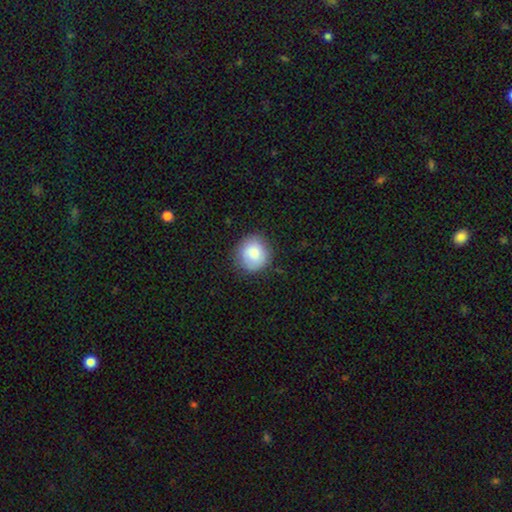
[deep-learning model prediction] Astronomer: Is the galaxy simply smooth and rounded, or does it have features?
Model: smooth — 82%.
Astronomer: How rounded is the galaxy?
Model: round — 89%.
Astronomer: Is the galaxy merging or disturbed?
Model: none — 83%.